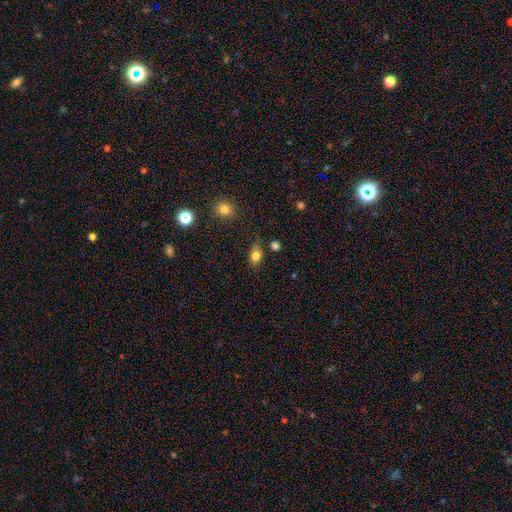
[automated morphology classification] A smooth galaxy with no disk features (79%) that is in between round and cigar-shaped (66%).

Vote fractions:
- Smooth or featured? smooth: 79% / featured or disk: 11% / star or artifact: 10%
- How rounded? in between: 66% / round: 30% / cigar-shaped: 4%
- Merging? none: 64% / minor disturbance: 25% / major disturbance: 6% / merger: 5%